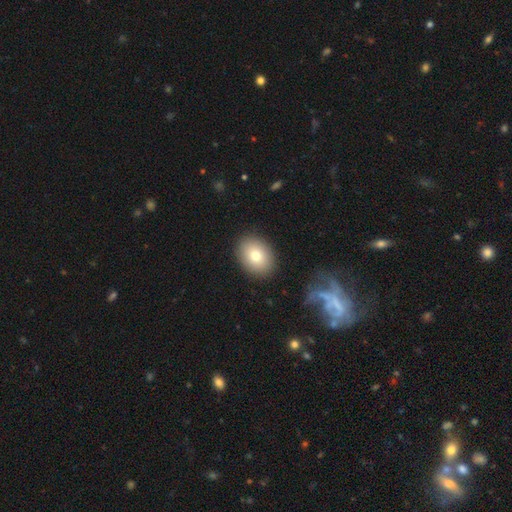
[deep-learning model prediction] This appears to be a smooth galaxy with no disk features (78%) that is in between round and cigar-shaped (61%). Merging: none (89%).